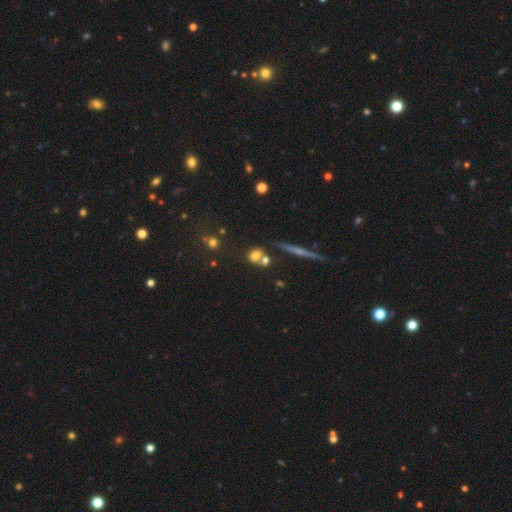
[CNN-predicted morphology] Smooth or featured? Predicted: smooth (p=0.68). How rounded? Predicted: round (p=0.63). Merging? Predicted: none (p=0.48).